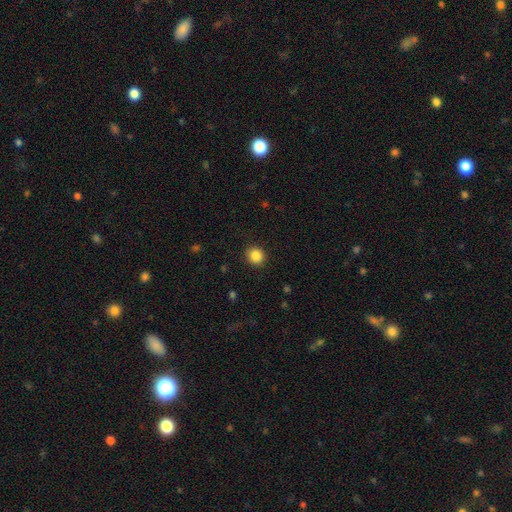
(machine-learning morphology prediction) Smooth or featured?
  - smooth: 86% *
  - star or artifact: 10%
  - featured or disk: 4%
How rounded?
  - round: 86% *
  - in between: 13%
  - cigar-shaped: 1%
Merging?
  - none: 90% *
  - minor disturbance: 7%
  - major disturbance: 2%
  - merger: 1%